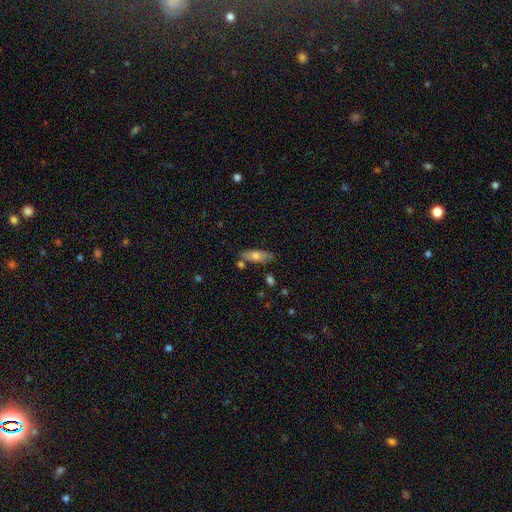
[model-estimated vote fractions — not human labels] This is likely a smooth galaxy (68%). How rounded: likely in between (60%). Merging: likely none (73%).